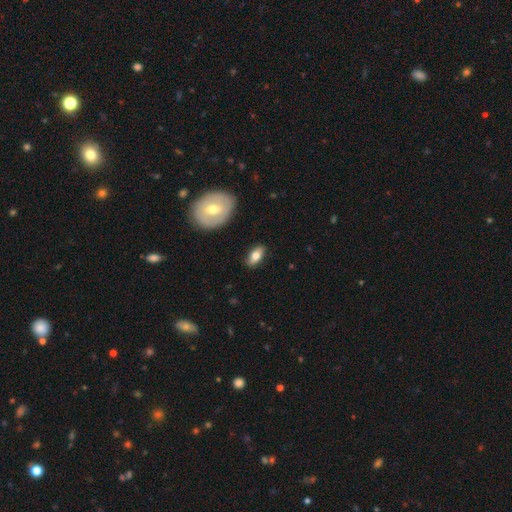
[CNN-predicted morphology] This is likely a smooth galaxy (67%). How rounded: clearly in between (82%). Merging: clearly none (86%).